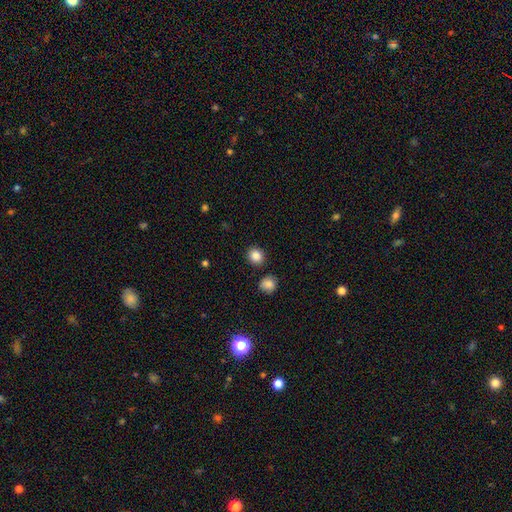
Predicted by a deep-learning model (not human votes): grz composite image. It shows a smooth galaxy with no disk features (86%) that is round (83%). Merging: none (88%).